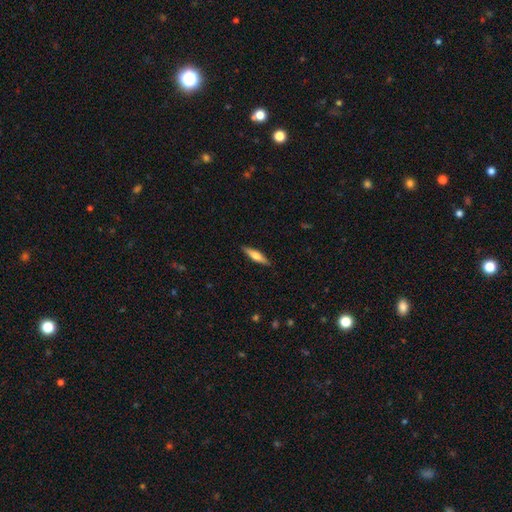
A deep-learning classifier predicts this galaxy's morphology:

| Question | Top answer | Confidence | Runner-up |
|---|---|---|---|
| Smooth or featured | smooth | 50% | featured or disk (44%) |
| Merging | none | 90% | minor disturbance (8%) |